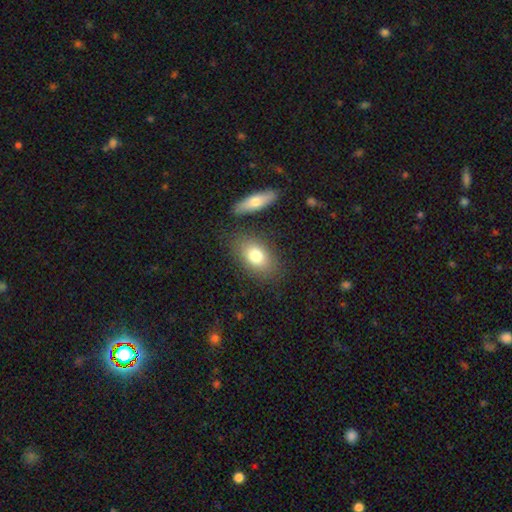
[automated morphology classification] A smooth galaxy with no disk features (77%) that is in between round and cigar-shaped (84%). Merging: none (78%).